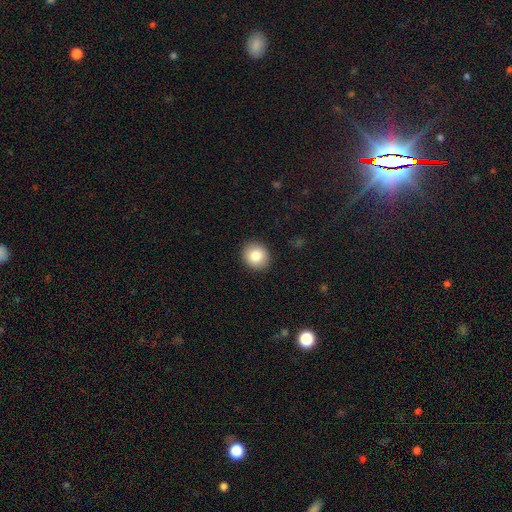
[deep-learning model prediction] Q: Smooth or featured?
A: smooth (84%); runner-up: star or artifact (8%)
Q: How rounded?
A: round (77%); runner-up: in between (22%)
Q: Merging?
A: none (91%); runner-up: minor disturbance (6%)